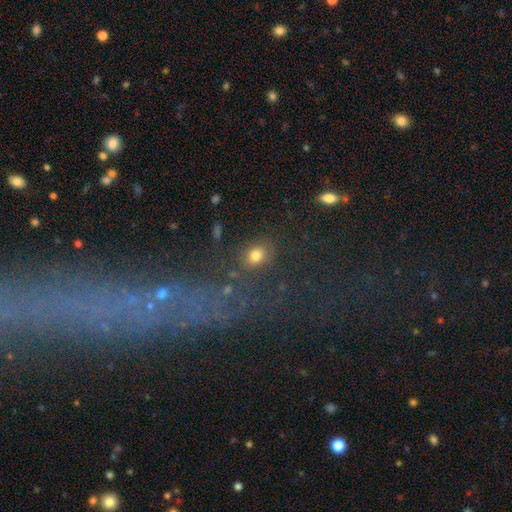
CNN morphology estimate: smooth 72%, star or artifact 17%, featured or disk 11%. Down the decision tree: how rounded — round (50%); merging — none (72%).